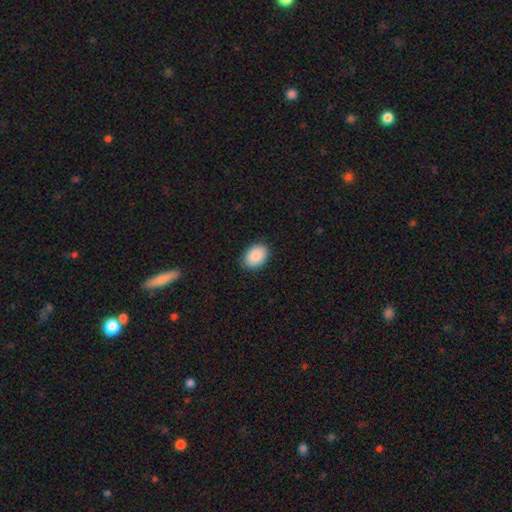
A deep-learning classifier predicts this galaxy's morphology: A smooth galaxy with no disk features (89%) that is in between round and cigar-shaped (76%). Merging: none (88%).